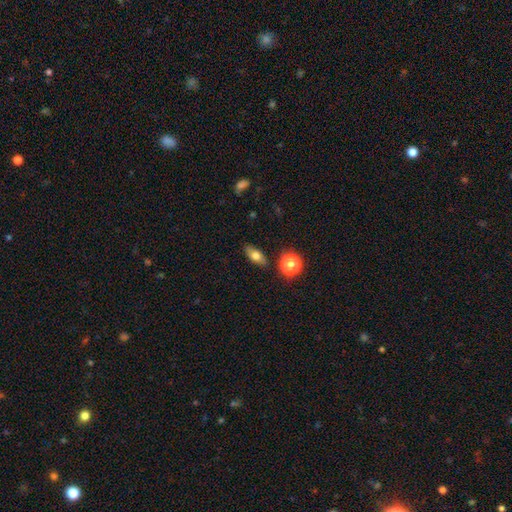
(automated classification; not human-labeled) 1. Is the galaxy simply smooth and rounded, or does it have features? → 72% smooth, 17% featured or disk, 11% star or artifact.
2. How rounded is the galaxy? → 77% in between, 12% cigar-shaped, 11% round.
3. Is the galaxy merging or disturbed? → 85% none, 10% minor disturbance, 3% merger, 2% major disturbance.